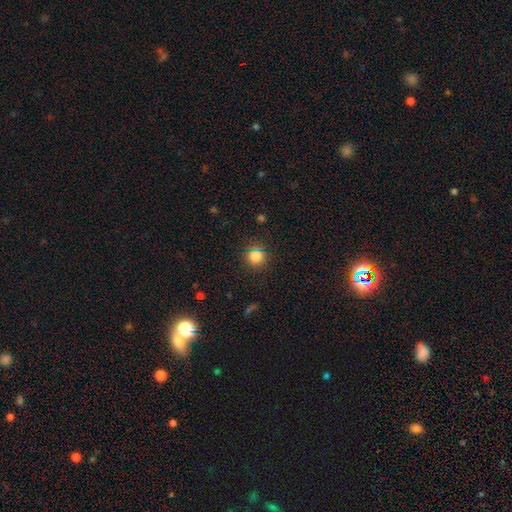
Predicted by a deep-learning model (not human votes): A smooth galaxy with no disk features (79%) that is round (93%). Merging: none (88%).